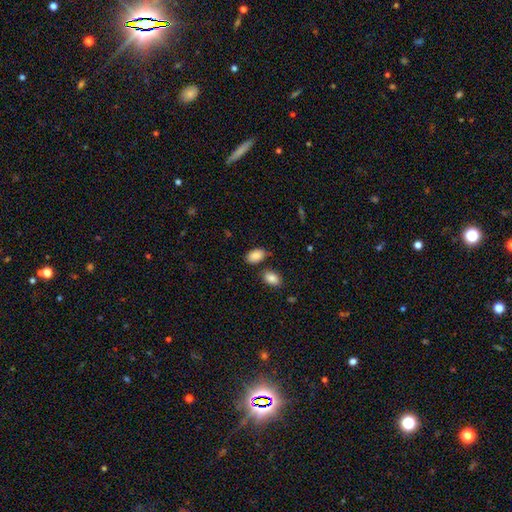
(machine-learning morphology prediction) Smooth or featured: smooth — 88% (star or artifact — 7%)
How rounded: in between — 92% (round — 7%)
Merging: none — 73% (minor disturbance — 14%)